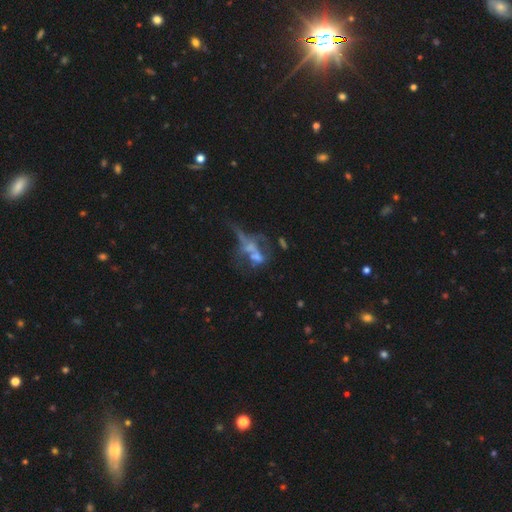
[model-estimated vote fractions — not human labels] Overall: featured or disk (51%; star or artifact 26%). Edge-on disk: no (82%). Merging: merger (36%; major disturbance 29%).